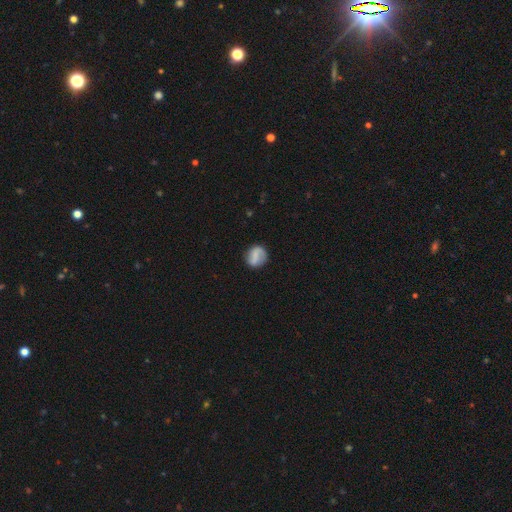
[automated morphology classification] smooth 55%, featured or disk 37%, star or artifact 8%. Down the decision tree: how rounded — round (69%); merging — none (77%).